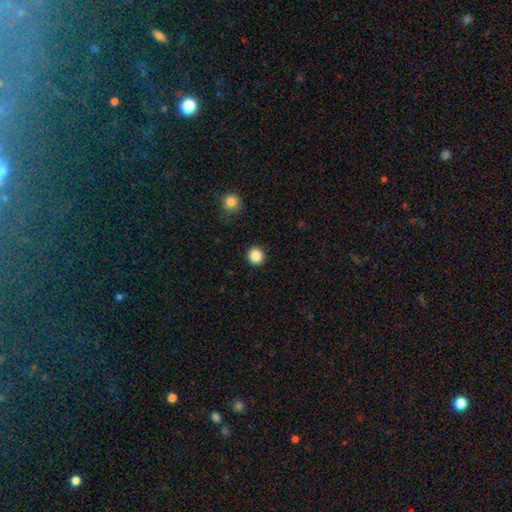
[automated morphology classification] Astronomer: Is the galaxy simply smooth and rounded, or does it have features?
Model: smooth — 87%.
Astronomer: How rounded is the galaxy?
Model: round — 94%.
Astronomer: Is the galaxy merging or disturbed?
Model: none — 92%.